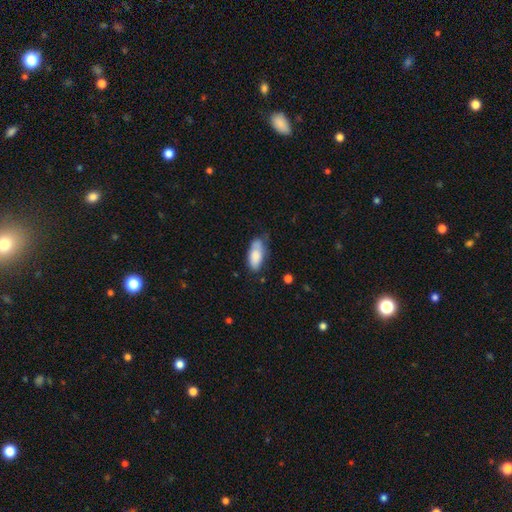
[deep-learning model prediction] Smooth or featured? Predicted: smooth (p=0.81). How rounded? Predicted: in between (p=0.84). Merging? Predicted: none (p=0.55).